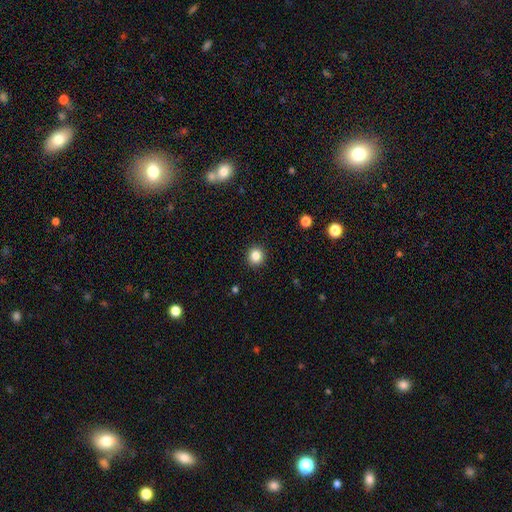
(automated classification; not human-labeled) Morphology: type=smooth (84%); roundness=round (89%); merging=none (92%).